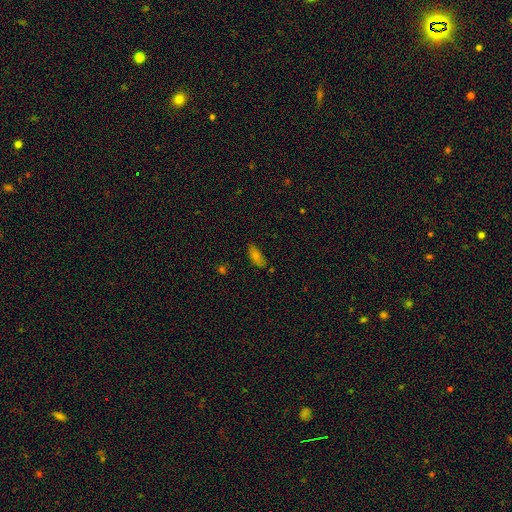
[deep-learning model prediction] Smooth or featured?
  - smooth: 69% *
  - featured or disk: 18%
  - star or artifact: 13%
How rounded?
  - in between: 79% *
  - cigar-shaped: 17%
  - round: 4%
Merging?
  - none: 74% *
  - minor disturbance: 20%
  - major disturbance: 4%
  - merger: 3%